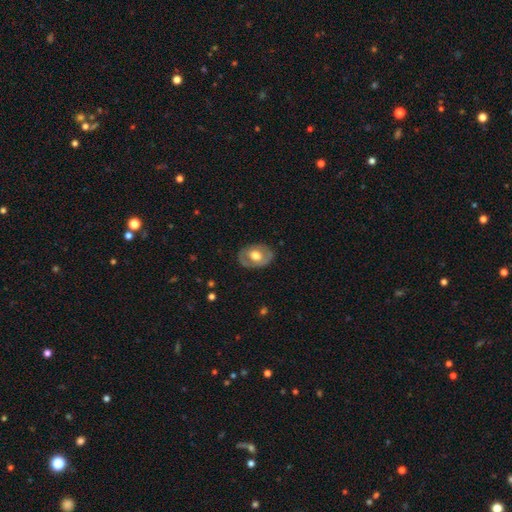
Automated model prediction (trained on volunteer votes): A smooth galaxy with no disk features (48%). Merging: none (80%).